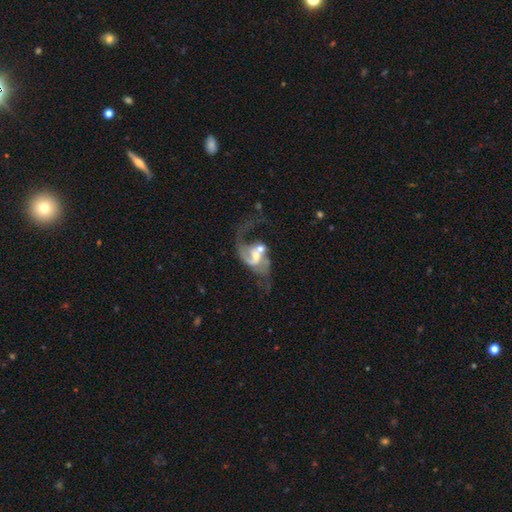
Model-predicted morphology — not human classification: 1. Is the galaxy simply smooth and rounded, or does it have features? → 81% featured or disk, 12% smooth, 7% star or artifact.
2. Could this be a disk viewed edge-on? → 97% no, 3% yes.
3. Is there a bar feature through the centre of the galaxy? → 45% no, 42% weak, 13% strong.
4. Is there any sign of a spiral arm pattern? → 89% yes, 11% no.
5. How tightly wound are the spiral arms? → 65% loose, 28% medium, 7% tight.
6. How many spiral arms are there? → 70% 2, 20% 1, 6% can't tell, 2% 3, 1% 4, 1% more than 4.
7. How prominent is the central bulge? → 47% moderate, 33% small, 9% large, 9% none, 2% dominant.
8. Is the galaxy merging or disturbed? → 39% merger, 27% major disturbance, 23% none, 11% minor disturbance.